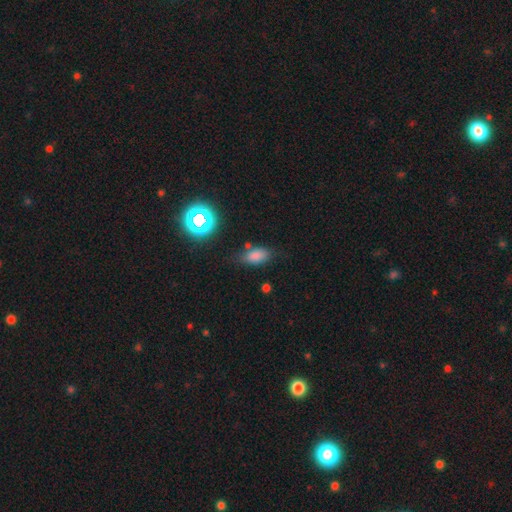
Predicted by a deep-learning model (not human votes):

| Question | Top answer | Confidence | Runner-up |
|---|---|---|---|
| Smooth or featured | smooth | 78% | star or artifact (15%) |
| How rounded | in between | 87% | cigar-shaped (7%) |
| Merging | none | 71% | minor disturbance (19%) |